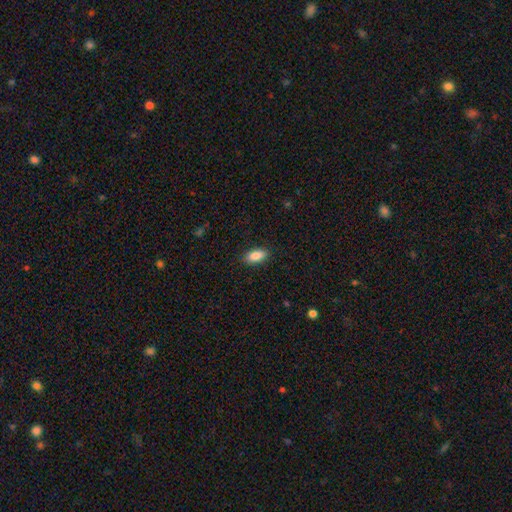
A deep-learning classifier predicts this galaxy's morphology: type=smooth (86%); roundness=in between (89%); merging=none (89%).